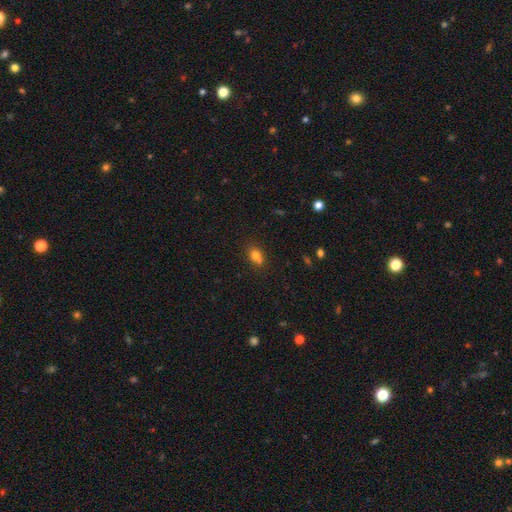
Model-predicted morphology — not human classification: type=smooth (75%); roundness=round (51%); merging=none (54%).